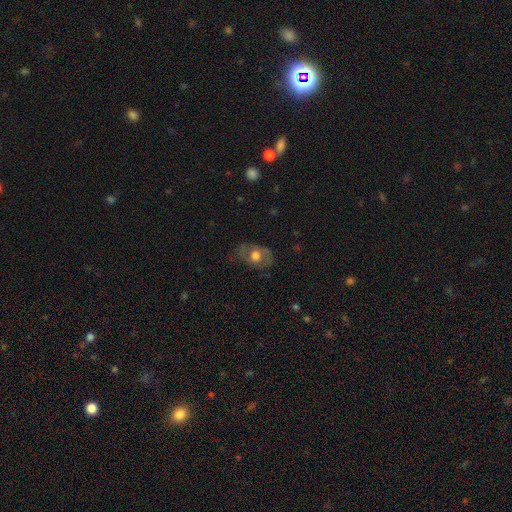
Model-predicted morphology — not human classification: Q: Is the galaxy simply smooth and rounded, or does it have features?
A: smooth — 50%.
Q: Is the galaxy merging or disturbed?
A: none — 63%.